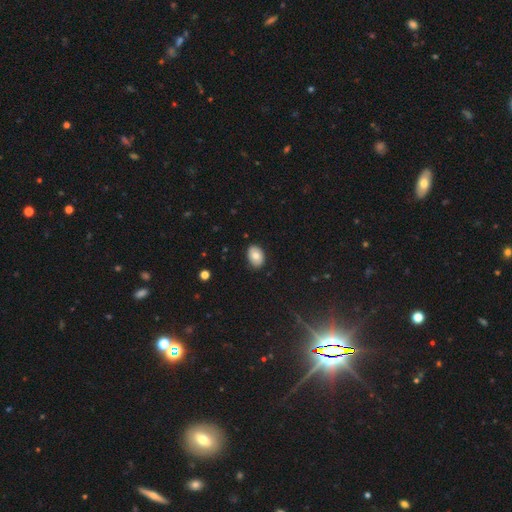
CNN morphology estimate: type=smooth (76%); roundness=in between (79%); merging=none (85%).